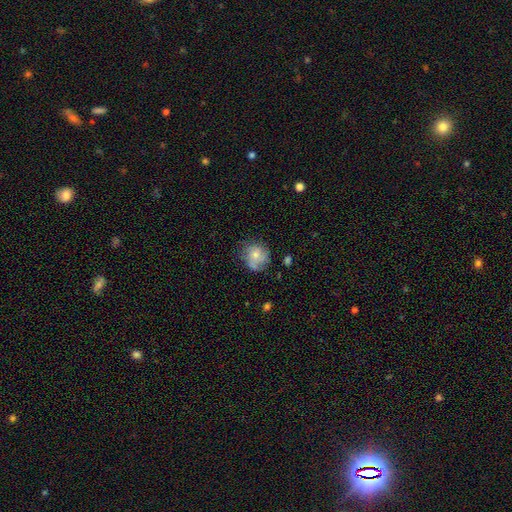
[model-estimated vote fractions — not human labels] smooth-or-featured: smooth: 49% | featured or disk: 42% | star or artifact: 9%
  merging: none: 62% | minor disturbance: 25% | major disturbance: 10% | merger: 3%